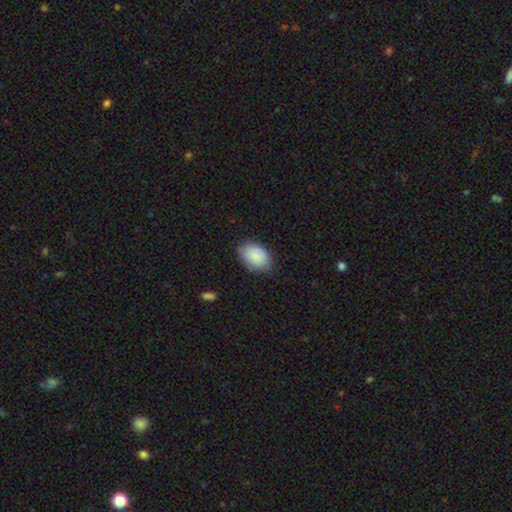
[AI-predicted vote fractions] Smooth or featured: smooth — 87% (star or artifact — 7%)
How rounded: in between — 87% (round — 12%)
Merging: none — 78% (minor disturbance — 18%)